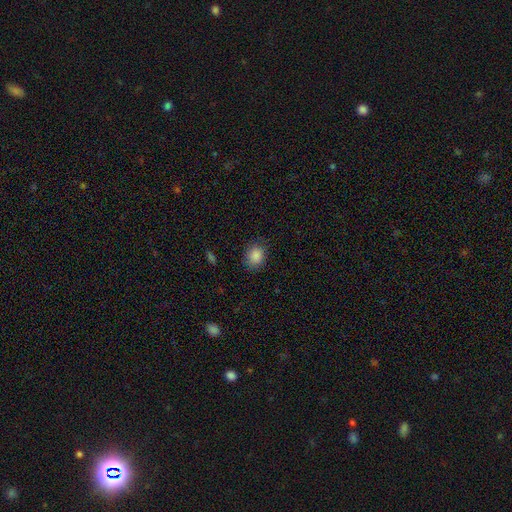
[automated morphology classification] Smooth or featured?
  - smooth: 87% *
  - star or artifact: 9%
  - featured or disk: 4%
How rounded?
  - round: 53% *
  - in between: 46%
  - cigar-shaped: 1%
Merging?
  - none: 82% *
  - minor disturbance: 13%
  - major disturbance: 3%
  - merger: 1%